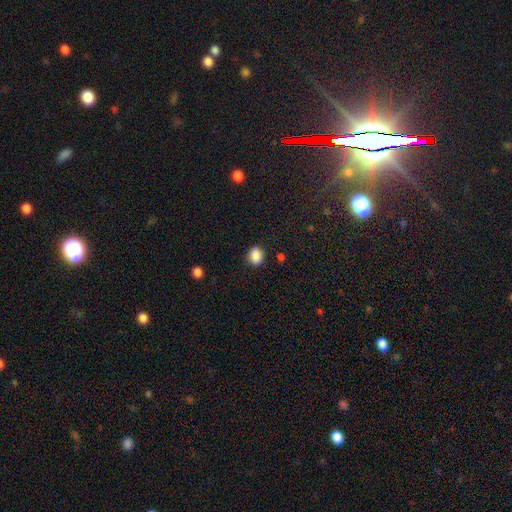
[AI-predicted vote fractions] Smooth or featured? smooth (88%)
How rounded? in between (55%)
Merging? none (87%)